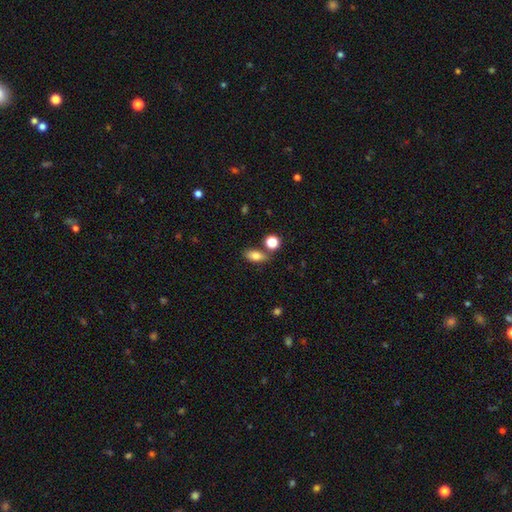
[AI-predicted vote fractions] Morphology: type=smooth (80%); roundness=in between (82%); merging=none (70%).